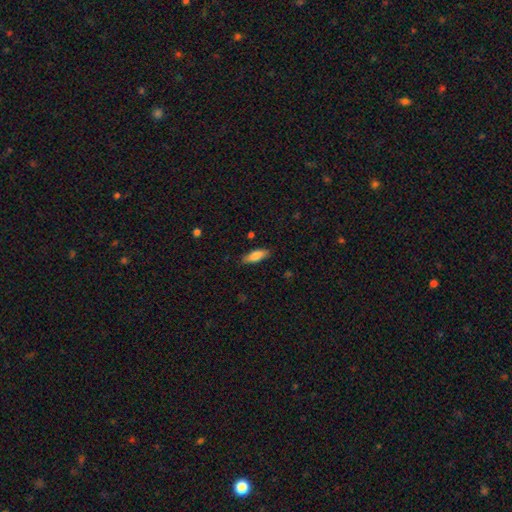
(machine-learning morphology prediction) smooth-or-featured: smooth: 80% | featured or disk: 13% | star or artifact: 6%
  how-rounded: in between: 65% | cigar-shaped: 33% | round: 2%
  merging: none: 83% | minor disturbance: 13% | major disturbance: 3% | merger: 1%